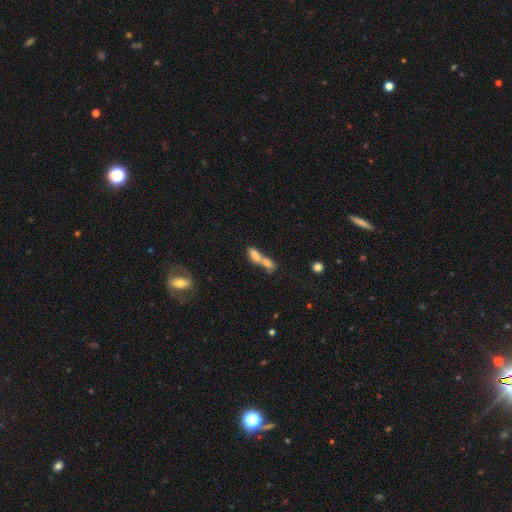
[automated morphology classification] Smooth or featured? Predicted: smooth (p=0.71). How rounded? Predicted: in between (p=0.68). Merging? Predicted: merger (p=0.75).